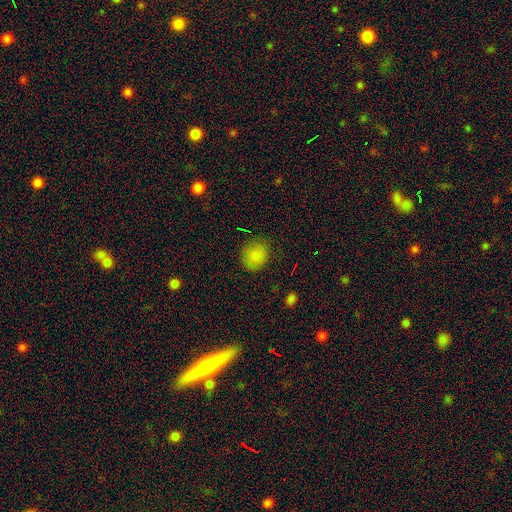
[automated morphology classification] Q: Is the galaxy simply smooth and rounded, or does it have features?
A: smooth — 84%.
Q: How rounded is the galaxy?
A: round — 73%.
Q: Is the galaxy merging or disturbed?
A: none — 82%.